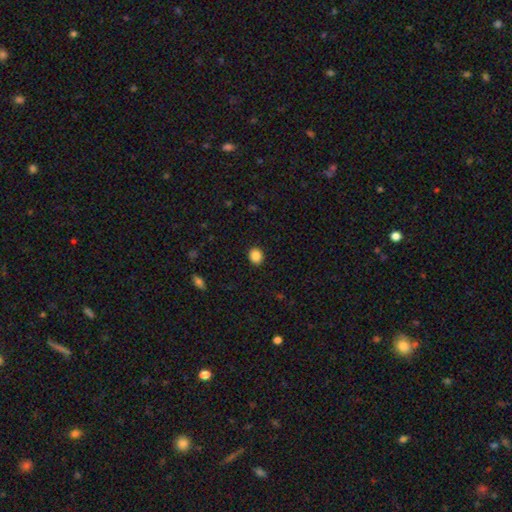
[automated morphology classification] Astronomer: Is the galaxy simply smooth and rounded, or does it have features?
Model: smooth — 87%.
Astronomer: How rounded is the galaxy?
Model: round — 65%.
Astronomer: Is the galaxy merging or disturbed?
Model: none — 91%.